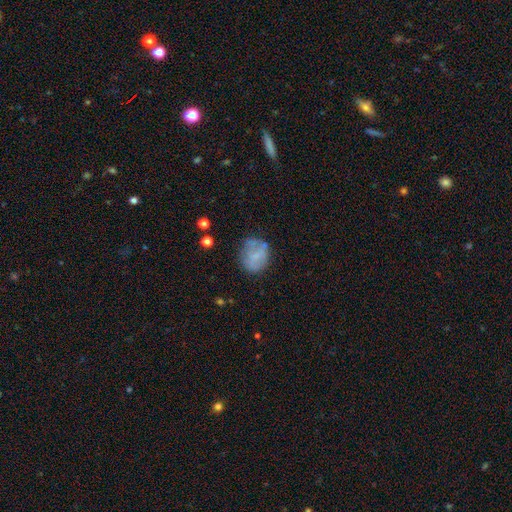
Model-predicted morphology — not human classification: smooth 62%, featured or disk 29%, star or artifact 10%. Down the decision tree: how rounded — round (62%); merging — none (61%).